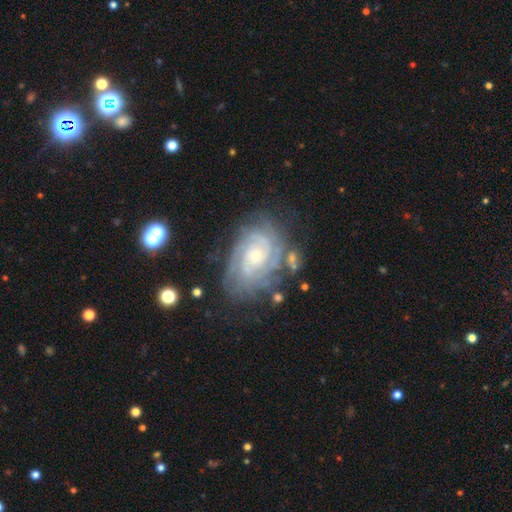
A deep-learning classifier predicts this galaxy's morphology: type=featured or disk (87%); edge-on=no (97%); bar=no (73%); spiral arms=yes (97%); winding=tight (74%); arm count=can't tell (27%); bulge=small (65%); merging=none (68%).